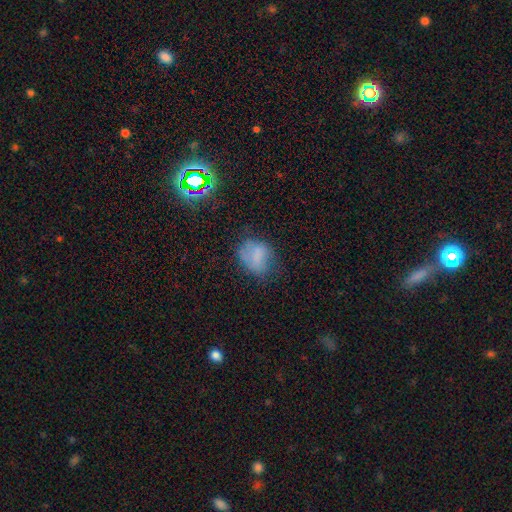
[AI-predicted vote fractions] smooth_or_featured: smooth (p=0.68) [alt: featured or disk p=0.19]
how_rounded: in between (p=0.54) [alt: round p=0.45]
merging: none (p=0.51) [alt: minor disturbance p=0.30]